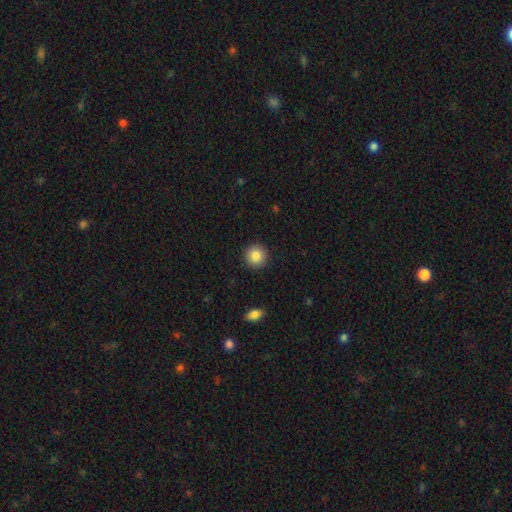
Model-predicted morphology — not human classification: Overall: smooth (86%). How rounded: round (95%). Merging: none (92%).